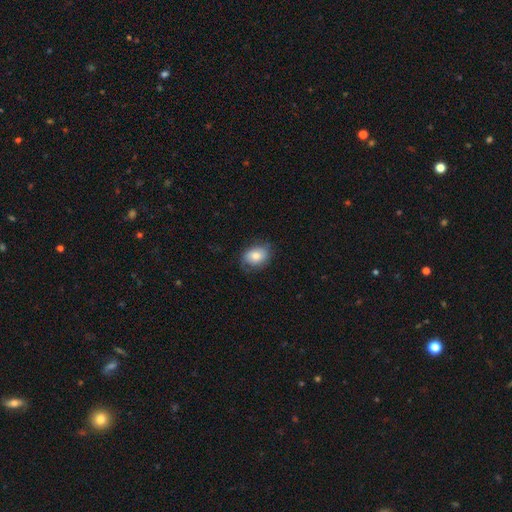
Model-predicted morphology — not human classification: A smooth galaxy with no disk features (77%) that is in between round and cigar-shaped (70%). Merging: none (71%).